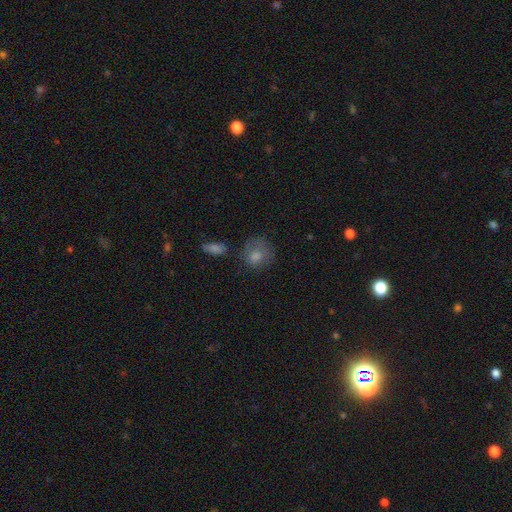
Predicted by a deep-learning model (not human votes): smooth 66%, featured or disk 18%, star or artifact 16%. Down the decision tree: how rounded — round (75%); merging — none (60%).